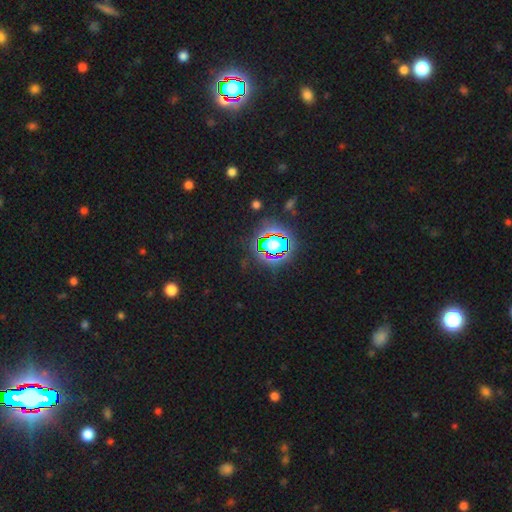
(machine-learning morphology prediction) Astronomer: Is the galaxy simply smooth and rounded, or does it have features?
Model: star or artifact — 83%.